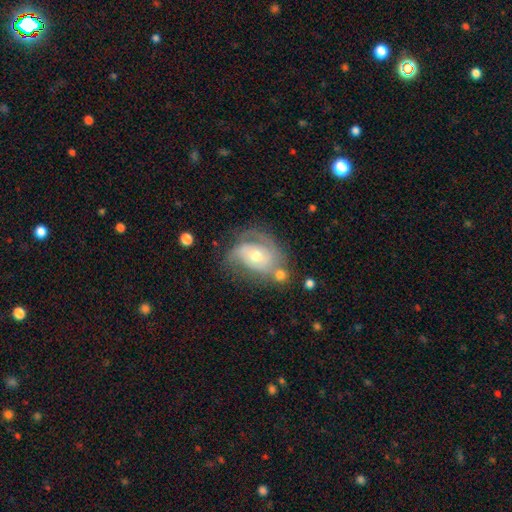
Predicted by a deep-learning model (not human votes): Smooth or featured? featured or disk (72%)
Edge-on disk? no (96%)
Bar? no (68%)
Spiral arms? yes (85%)
Spiral winding? tight (47%)
Spiral arm count? 2 (41%)
Bulge size? moderate (70%)
Merging? none (43%)